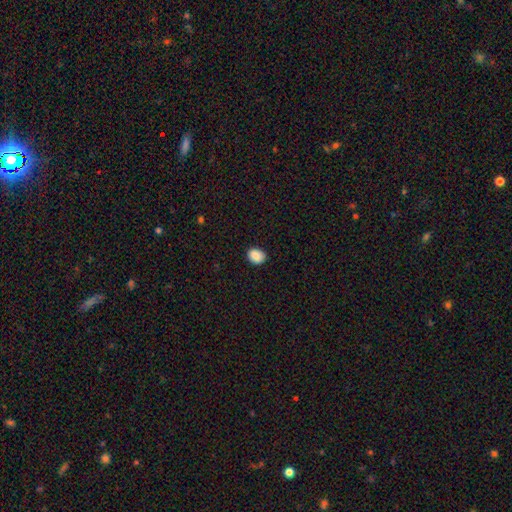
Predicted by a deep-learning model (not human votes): Overall: smooth (87%). How rounded: in between (53%; round 47%). Merging: none (84%).